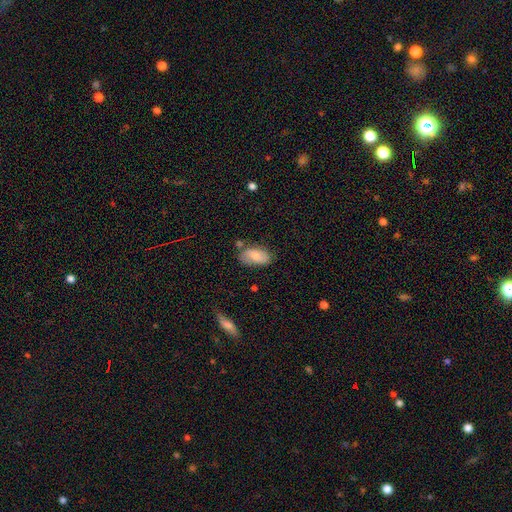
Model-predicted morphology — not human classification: Overall: smooth (74%). How rounded: in between (93%). Merging: none (63%; minor disturbance 24%).